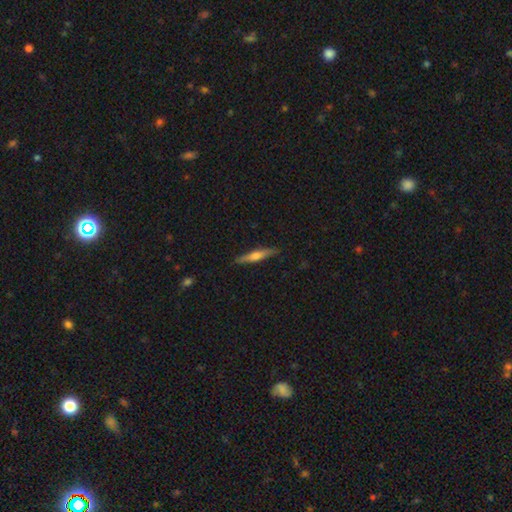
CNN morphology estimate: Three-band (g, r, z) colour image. It shows a featured or disk galaxy (53%) viewed edge-on (96%) with a rounded central bulge (82%). Merging: none (88%).